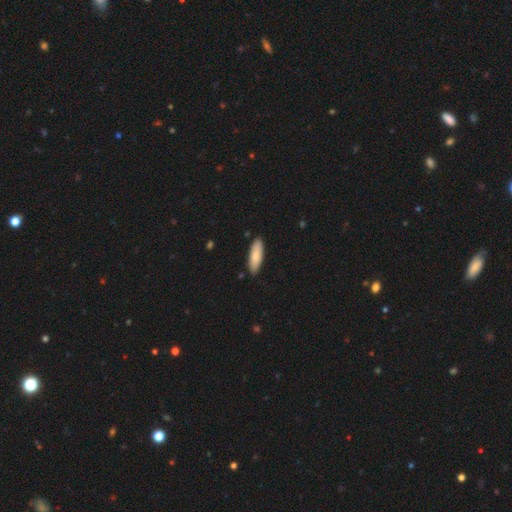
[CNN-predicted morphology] smooth_or_featured: smooth (p=0.82) [alt: featured or disk p=0.12]
how_rounded: in between (p=0.51) [alt: cigar-shaped p=0.48]
merging: none (p=0.88) [alt: minor disturbance p=0.09]